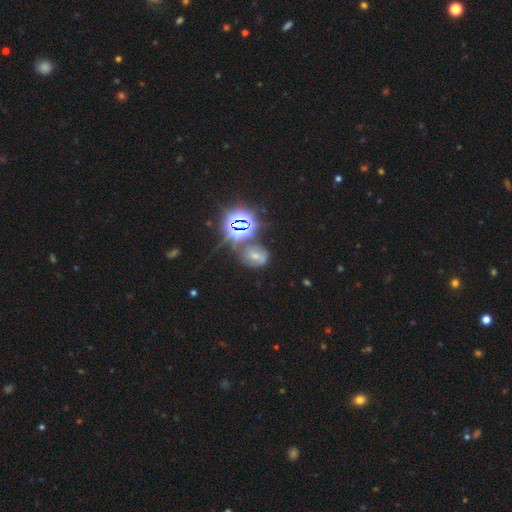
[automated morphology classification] Overall: star or artifact (37%; smooth 32%).